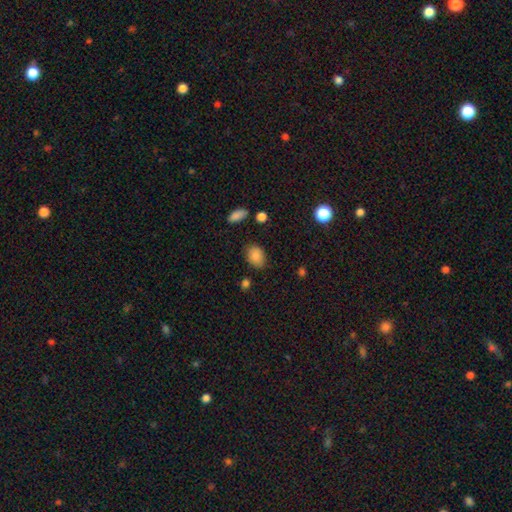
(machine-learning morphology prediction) A smooth galaxy with no disk features (84%) that is in between round and cigar-shaped (74%).

Vote fractions:
- Smooth or featured? smooth: 84% / star or artifact: 9% / featured or disk: 7%
- How rounded? in between: 74% / round: 25% / cigar-shaped: 1%
- Merging? none: 81% / minor disturbance: 14% / major disturbance: 3% / merger: 2%